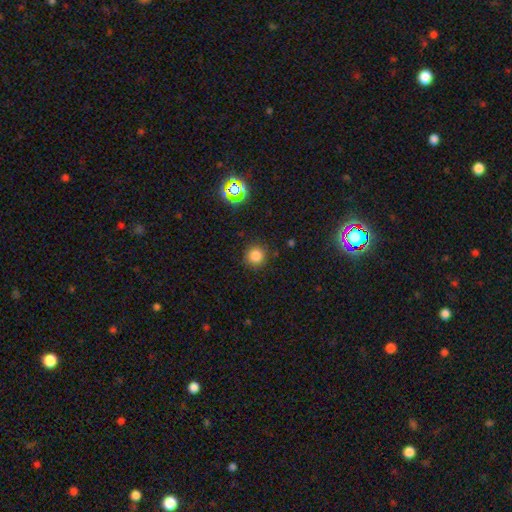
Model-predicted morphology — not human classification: Smooth or featured: smooth — 81% (star or artifact — 14%)
How rounded: round — 94% (in between — 6%)
Merging: none — 88% (minor disturbance — 8%)